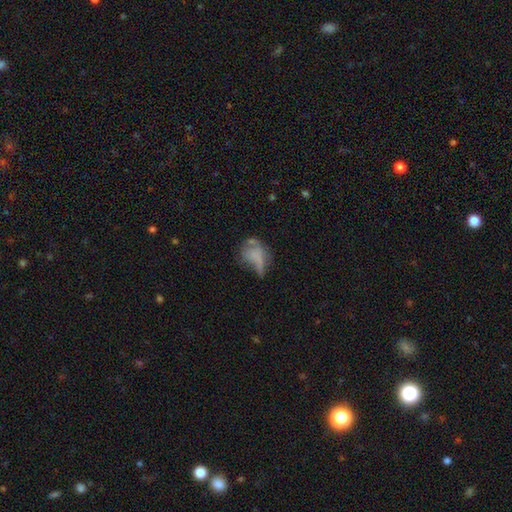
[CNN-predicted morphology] Smooth or featured?
  - smooth: 52% *
  - featured or disk: 34%
  - star or artifact: 14%
How rounded?
  - in between: 72% *
  - round: 21%
  - cigar-shaped: 7%
Merging?
  - major disturbance: 39% *
  - none: 27%
  - minor disturbance: 26%
  - merger: 9%